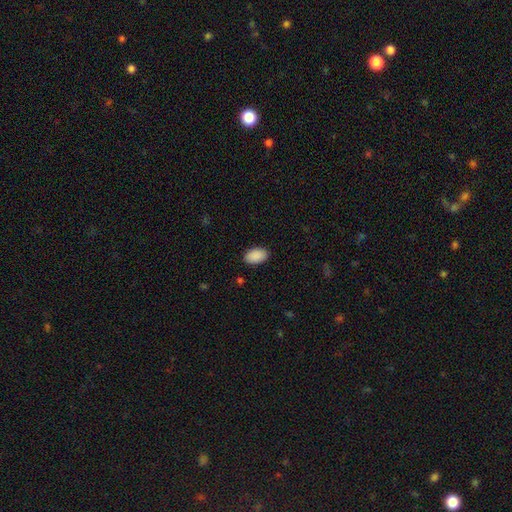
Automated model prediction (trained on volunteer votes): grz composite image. It shows a smooth galaxy with no disk features (91%) that is in between round and cigar-shaped (93%). Merging: none (88%).